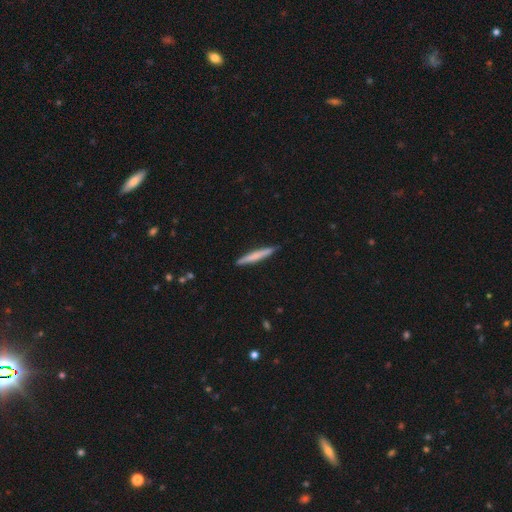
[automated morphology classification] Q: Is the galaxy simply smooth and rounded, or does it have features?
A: smooth — 65%.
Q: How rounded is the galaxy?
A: cigar-shaped — 96%.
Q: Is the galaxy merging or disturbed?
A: none — 89%.